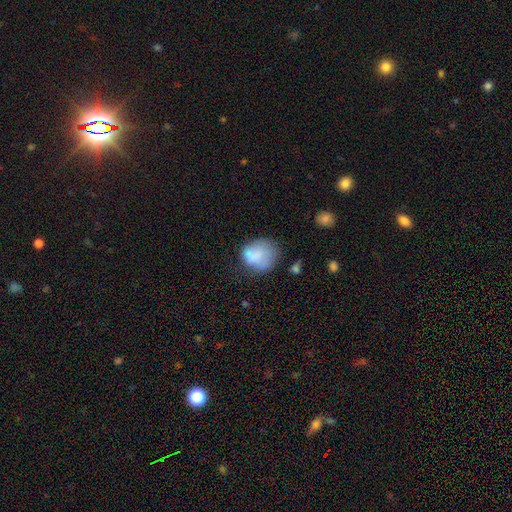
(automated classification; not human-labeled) A smooth galaxy with no disk features (78%) that is round (63%). Merging: none (47%).